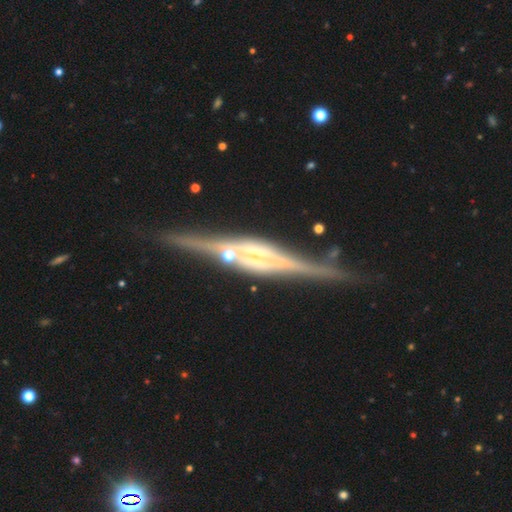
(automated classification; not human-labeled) Smooth or featured: featured or disk — 88% (star or artifact — 6%)
Edge-on disk: yes — 97% (no — 3%)
Edge-on bulge: rounded — 56% (boxy — 36%)
Merging: none — 80% (minor disturbance — 12%)